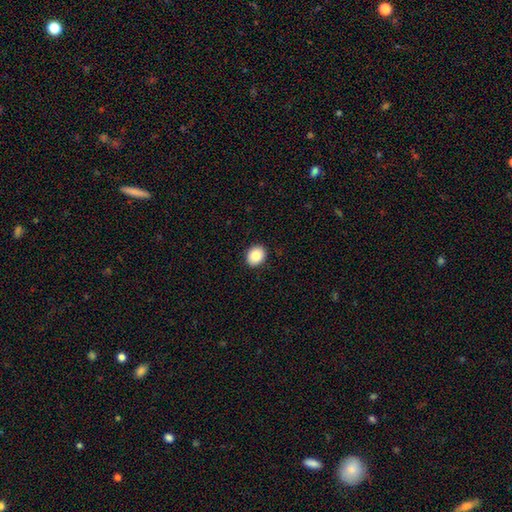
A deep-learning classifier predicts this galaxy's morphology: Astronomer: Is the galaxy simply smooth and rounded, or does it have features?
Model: smooth — 86%.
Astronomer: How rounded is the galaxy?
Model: round — 53% (runner-up: in between, 46%).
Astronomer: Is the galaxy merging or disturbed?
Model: none — 91%.